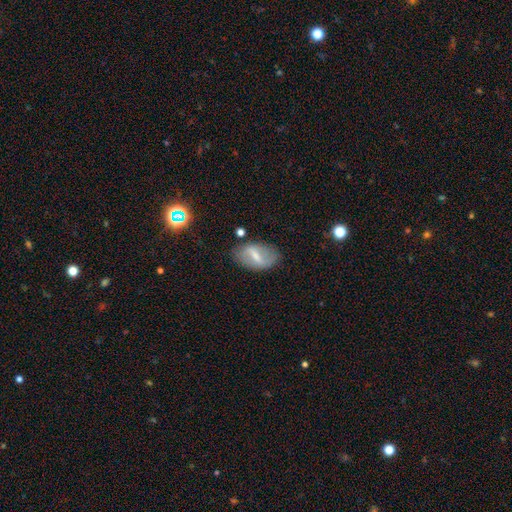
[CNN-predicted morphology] This is possibly a featured or disk galaxy (48%). Merging: likely none (74%).